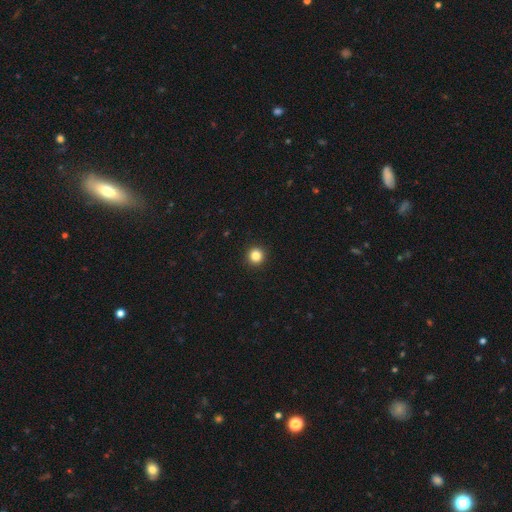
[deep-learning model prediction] Q: Smooth or featured?
A: smooth (84%); runner-up: star or artifact (12%)
Q: How rounded?
A: round (96%); runner-up: in between (3%)
Q: Merging?
A: none (94%); runner-up: minor disturbance (4%)